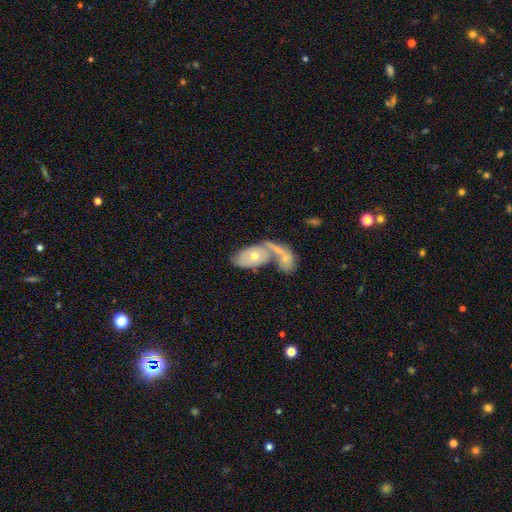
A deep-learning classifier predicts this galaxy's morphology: type=featured or disk (57%); edge-on=no (89%); bar=no (84%); spiral arms=no (54%); bulge=moderate (57%); merging=merger (54%).